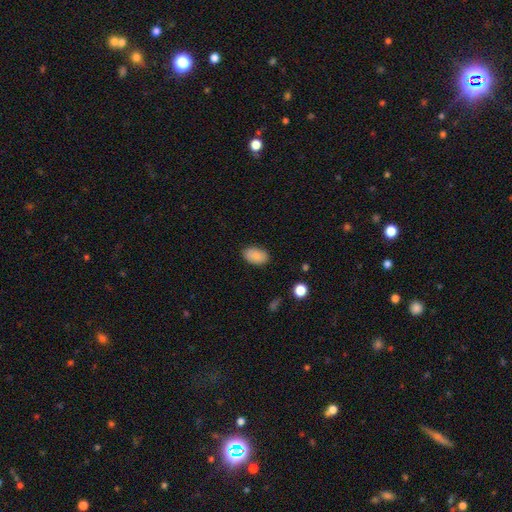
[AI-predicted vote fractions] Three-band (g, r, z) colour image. It shows a smooth galaxy with no disk features (86%) that is in between round and cigar-shaped (91%). Merging: none (85%).